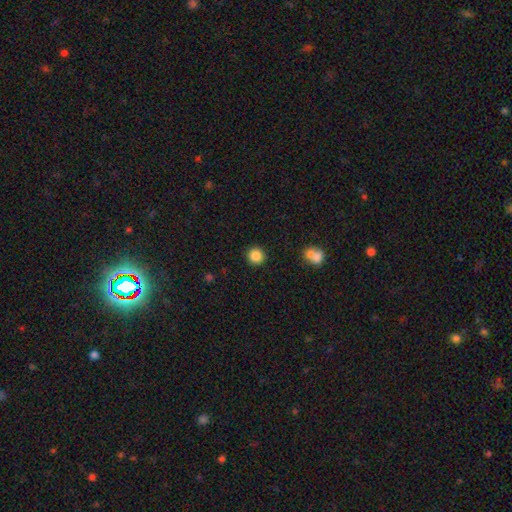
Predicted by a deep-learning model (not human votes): Morphology: type=smooth (86%); roundness=round (94%); merging=none (91%).